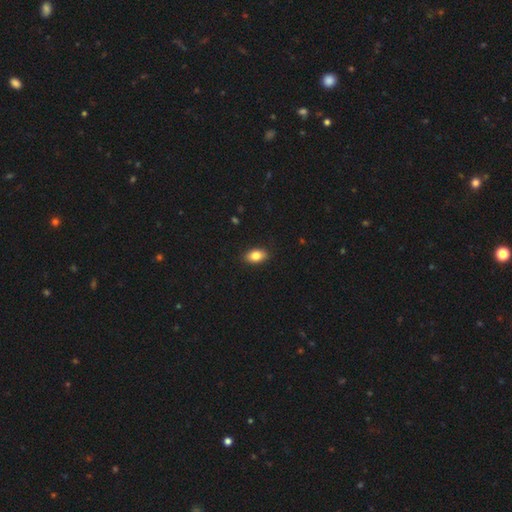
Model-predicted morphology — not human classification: Smooth or featured? Predicted: smooth (p=0.83). How rounded? Predicted: in between (p=0.87). Merging? Predicted: none (p=0.89).